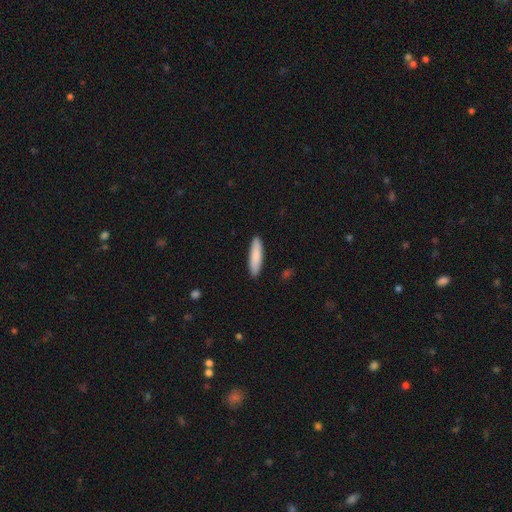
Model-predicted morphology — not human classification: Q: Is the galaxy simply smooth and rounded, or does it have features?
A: smooth — 86%.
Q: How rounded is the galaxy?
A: cigar-shaped — 76%.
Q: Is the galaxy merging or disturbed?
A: none — 91%.